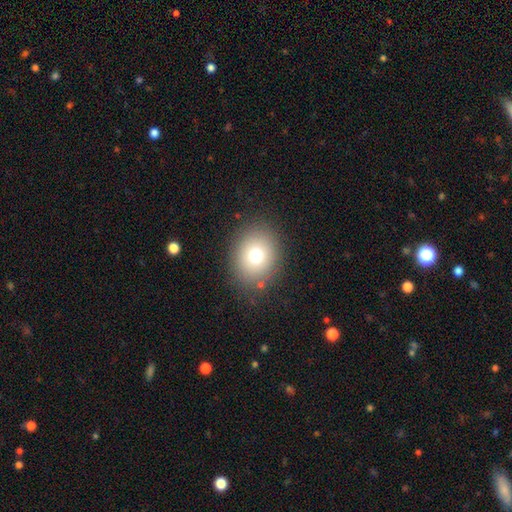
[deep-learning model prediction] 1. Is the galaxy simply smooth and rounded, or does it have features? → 72% smooth, 14% star or artifact, 13% featured or disk.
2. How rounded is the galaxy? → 64% round, 36% in between, 1% cigar-shaped.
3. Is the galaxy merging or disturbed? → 85% none, 9% minor disturbance, 4% major disturbance, 2% merger.